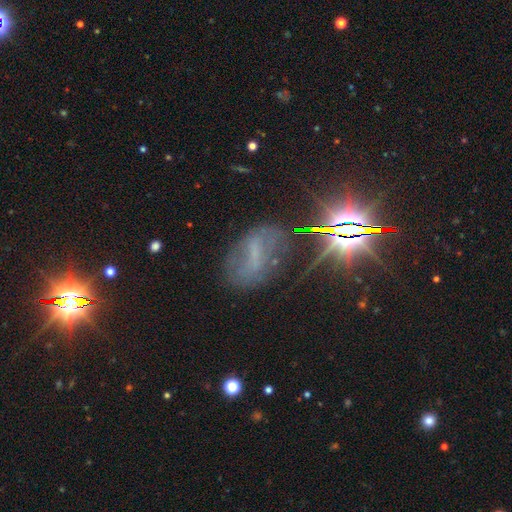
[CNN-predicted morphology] Smooth or featured?
  - featured or disk: 42% *
  - star or artifact: 36%
  - smooth: 22%
Merging?
  - none: 60% *
  - minor disturbance: 20%
  - major disturbance: 17%
  - merger: 3%